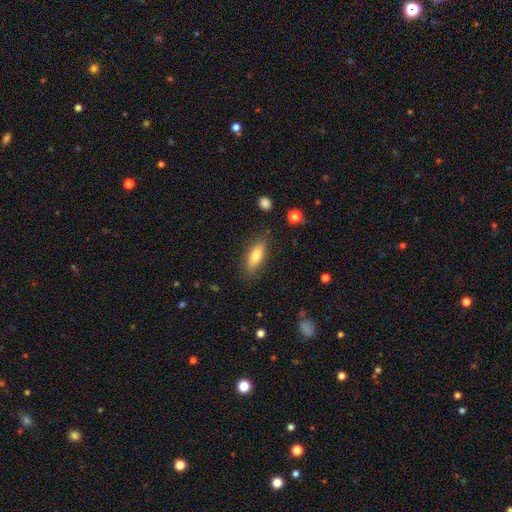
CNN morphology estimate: This is likely a smooth galaxy (75%). How rounded: likely in between (66%). Merging: clearly none (83%).